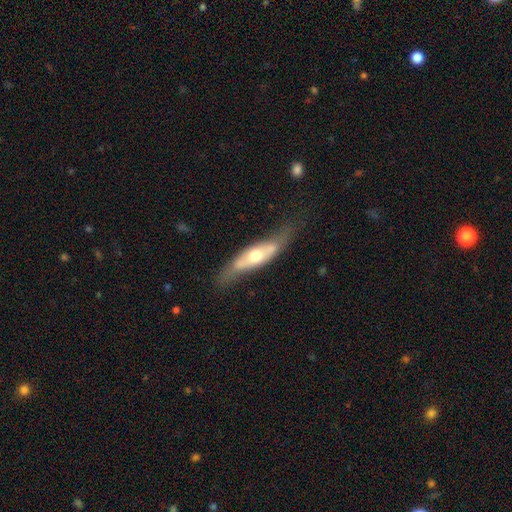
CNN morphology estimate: Smooth or featured: featured or disk — 55% (smooth — 40%)
Edge-on disk: yes — 54% (no — 46%)
Merging: none — 59% (minor disturbance — 26%)